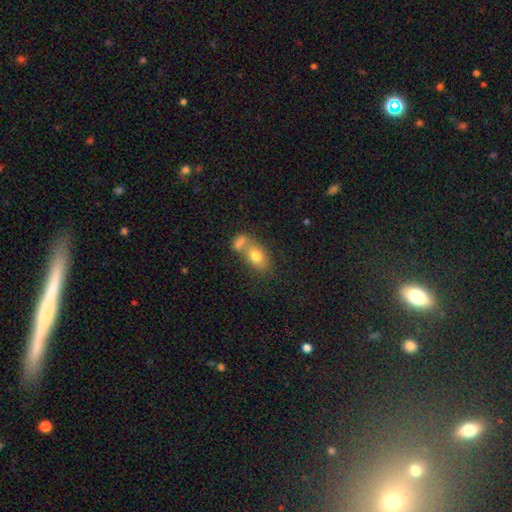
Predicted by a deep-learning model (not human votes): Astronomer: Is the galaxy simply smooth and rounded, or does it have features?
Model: smooth — 76%.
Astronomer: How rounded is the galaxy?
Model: in between — 82%.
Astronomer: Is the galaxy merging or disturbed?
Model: merger — 47% (runner-up: none, 37%).